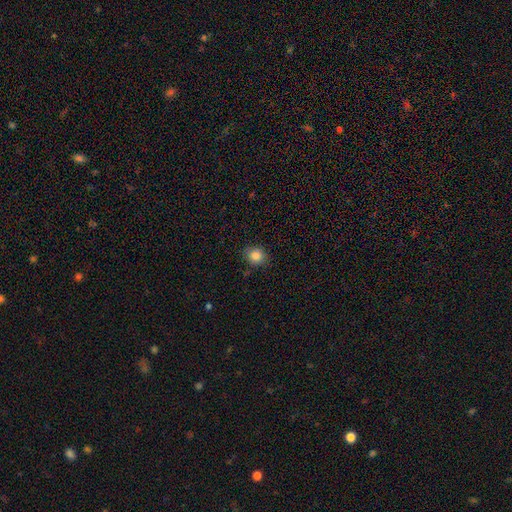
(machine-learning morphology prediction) Smooth or featured?
  - smooth: 85% *
  - star or artifact: 10%
  - featured or disk: 5%
How rounded?
  - round: 77% *
  - in between: 23%
  - cigar-shaped: 1%
Merging?
  - none: 85% *
  - minor disturbance: 11%
  - major disturbance: 2%
  - merger: 1%